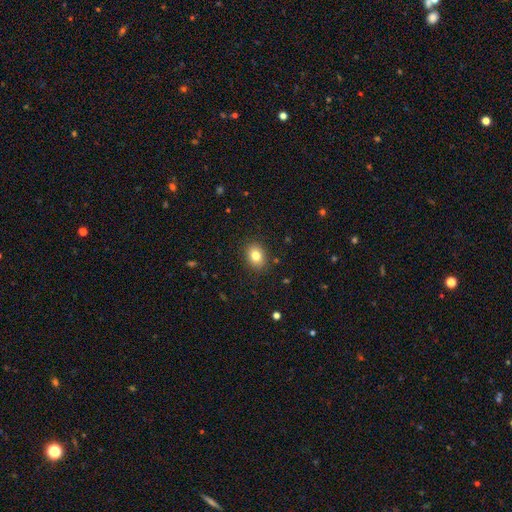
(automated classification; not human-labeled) Q: Smooth or featured?
A: smooth (82%); runner-up: star or artifact (10%)
Q: How rounded?
A: in between (60%); runner-up: round (39%)
Q: Merging?
A: none (88%); runner-up: minor disturbance (8%)